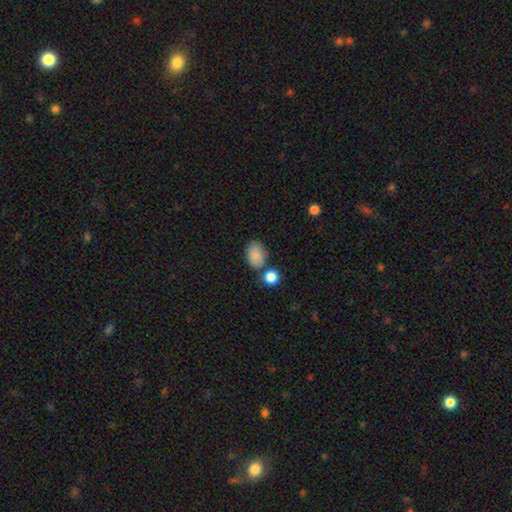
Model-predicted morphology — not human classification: Smooth or featured: smooth — 86% (star or artifact — 8%)
How rounded: in between — 80% (round — 19%)
Merging: none — 64% (minor disturbance — 18%)